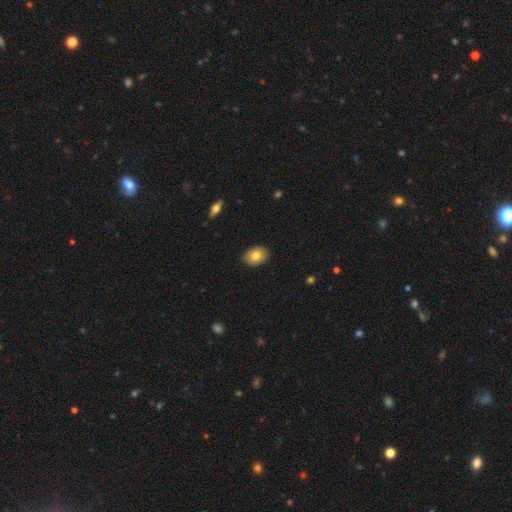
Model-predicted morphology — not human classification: Smooth or featured? smooth (78%)
How rounded? in between (74%)
Merging? none (88%)